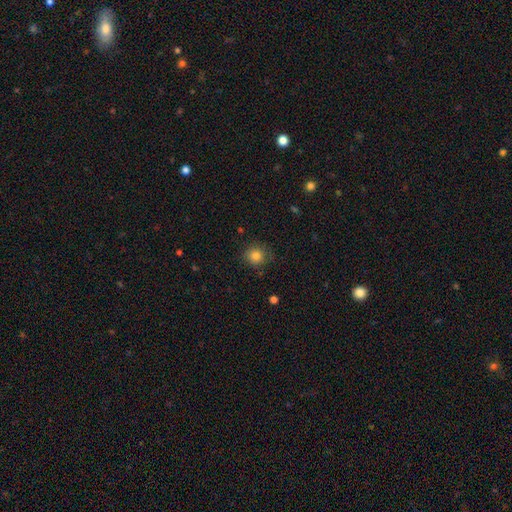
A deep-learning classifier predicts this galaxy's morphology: A smooth galaxy with no disk features (83%) that is round (90%). Merging: none (84%).